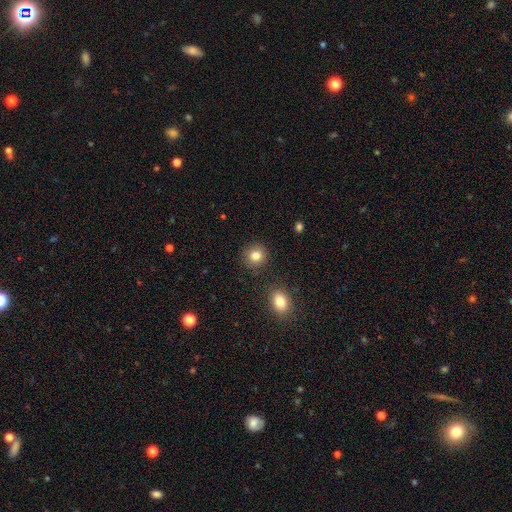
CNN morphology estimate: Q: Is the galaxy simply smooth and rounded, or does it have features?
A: smooth — 83%.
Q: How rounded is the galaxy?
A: round — 89%.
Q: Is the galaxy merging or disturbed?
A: none — 88%.